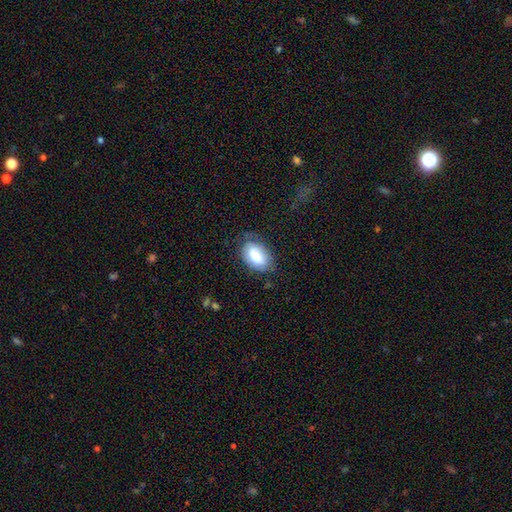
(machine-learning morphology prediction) smooth_or_featured: smooth (p=0.81) [alt: featured or disk p=0.12]
how_rounded: in between (p=0.92) [alt: round p=0.07]
merging: none (p=0.64) [alt: minor disturbance p=0.25]